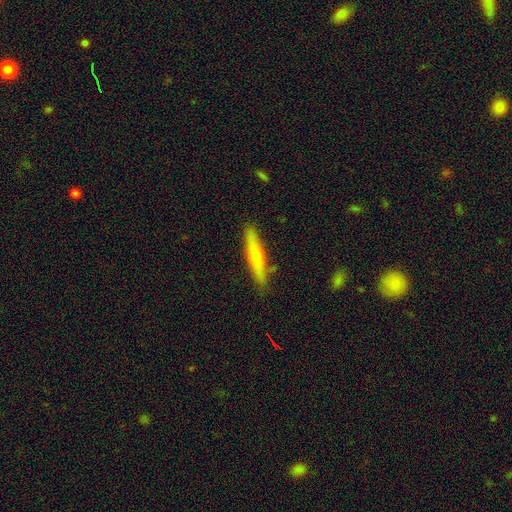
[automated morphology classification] Smooth or featured?
  - smooth: 64% *
  - featured or disk: 30%
  - star or artifact: 6%
How rounded?
  - cigar-shaped: 91% *
  - in between: 7%
  - round: 1%
Merging?
  - none: 86% *
  - minor disturbance: 10%
  - major disturbance: 2%
  - merger: 2%